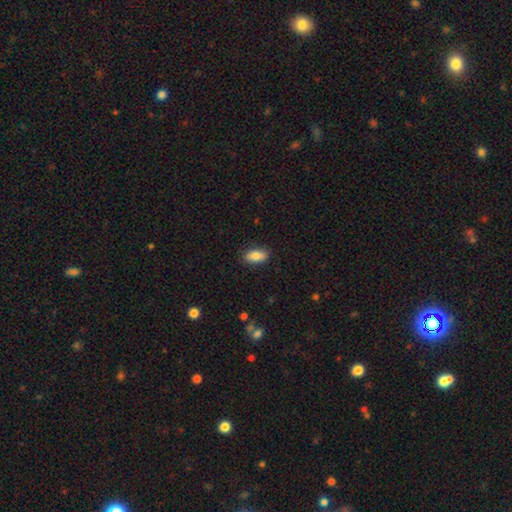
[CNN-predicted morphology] Smooth or featured?
  - smooth: 83% *
  - featured or disk: 10%
  - star or artifact: 7%
How rounded?
  - in between: 89% *
  - cigar-shaped: 7%
  - round: 4%
Merging?
  - none: 86% *
  - minor disturbance: 10%
  - major disturbance: 2%
  - merger: 1%